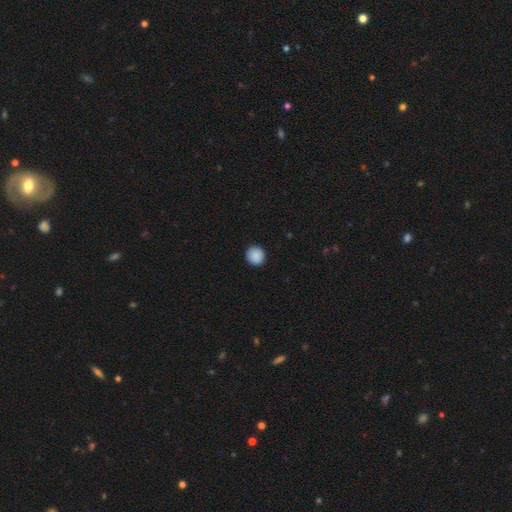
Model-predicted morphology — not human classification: Smooth or featured? Predicted: smooth (p=0.90). How rounded? Predicted: round (p=0.93). Merging? Predicted: none (p=0.92).